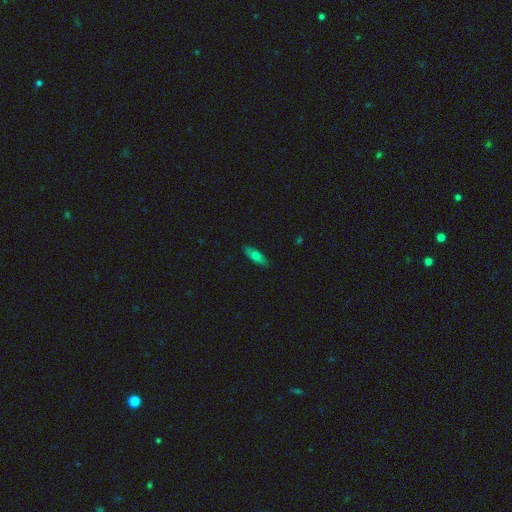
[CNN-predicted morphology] This appears to be a smooth galaxy with no disk features (65%) that is cigar-shaped (52%). Merging: none (86%).